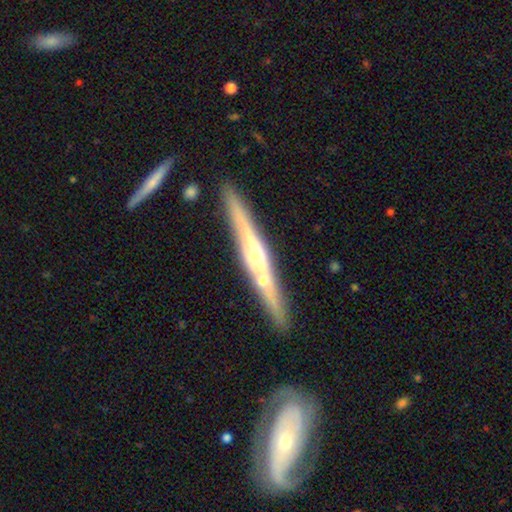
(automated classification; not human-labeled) smooth_or_featured: featured or disk (p=0.74) [alt: smooth p=0.20]
disk_edge_on: yes (p=0.96) [alt: no p=0.04]
edge_on_bulge: rounded (p=0.82) [alt: none p=0.13]
merging: none (p=0.81) [alt: minor disturbance p=0.10]